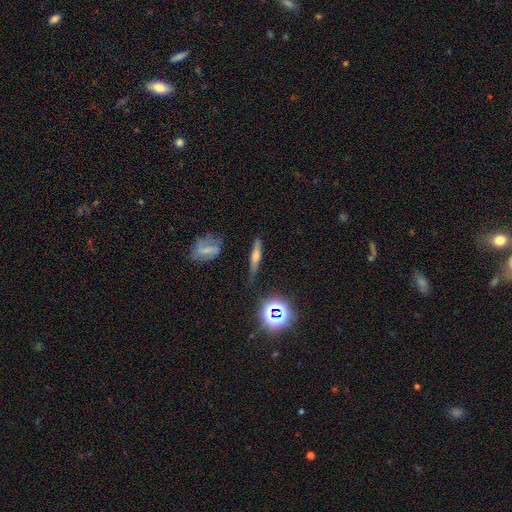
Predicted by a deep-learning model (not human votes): The model was most divided on "smooth or featured": featured or disk: 49%, smooth: 33%, star or artifact: 17%. More confident: merging — none (79%).